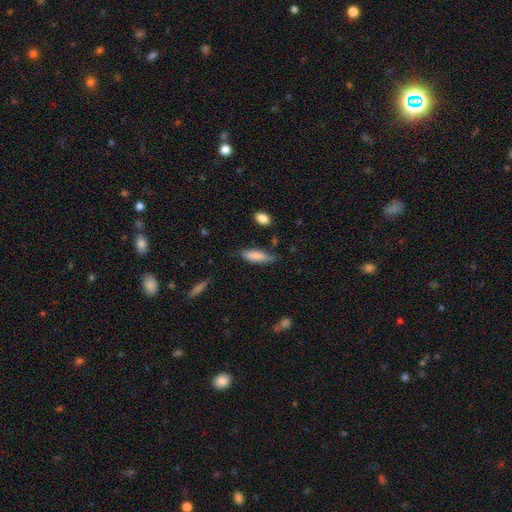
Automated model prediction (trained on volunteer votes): A smooth galaxy with no disk features (83%) that is in between round and cigar-shaped (51%).

Vote fractions:
- Smooth or featured? smooth: 83% / featured or disk: 11% / star or artifact: 6%
- How rounded? in between: 51% / cigar-shaped: 48% / round: 2%
- Merging? none: 63% / minor disturbance: 28% / major disturbance: 6% / merger: 3%